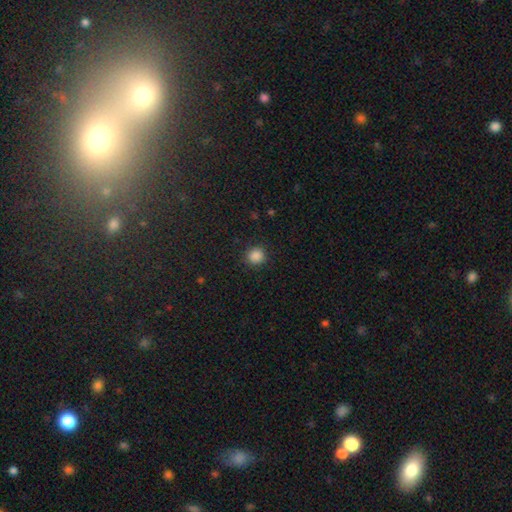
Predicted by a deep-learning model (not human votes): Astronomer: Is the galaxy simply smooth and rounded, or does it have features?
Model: smooth — 87%.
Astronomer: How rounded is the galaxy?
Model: round — 90%.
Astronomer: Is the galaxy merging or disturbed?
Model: none — 90%.